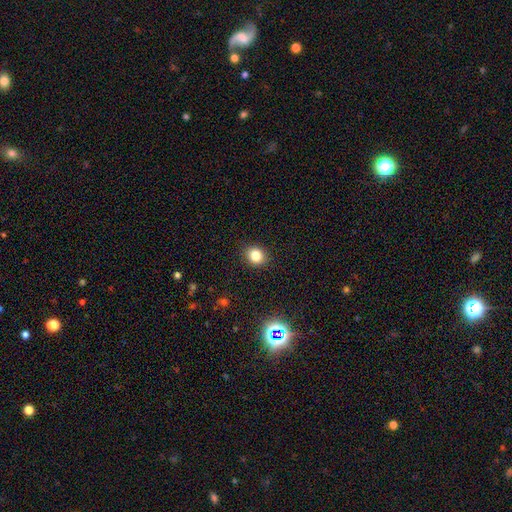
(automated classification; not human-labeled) Overall: smooth (81%). How rounded: round (66%; in between 33%). Merging: none (89%).